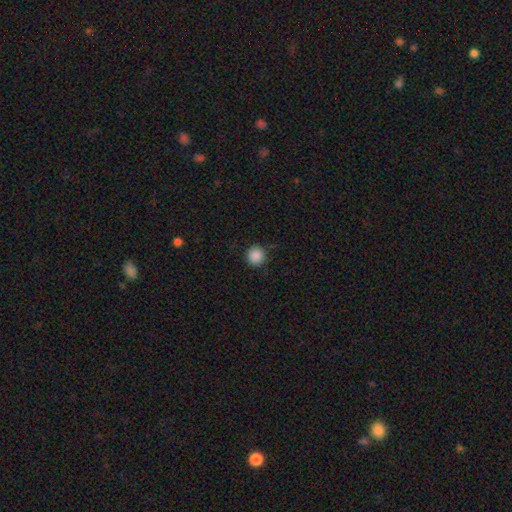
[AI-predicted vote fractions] Smooth or featured: smooth — 88% (star or artifact — 10%)
How rounded: round — 93% (in between — 6%)
Merging: none — 88% (minor disturbance — 8%)